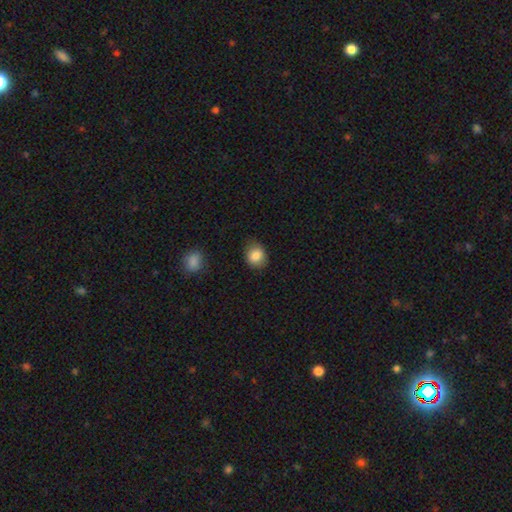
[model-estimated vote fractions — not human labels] smooth 85%, star or artifact 9%, featured or disk 6%. Down the decision tree: how rounded — round (62%); merging — none (77%).